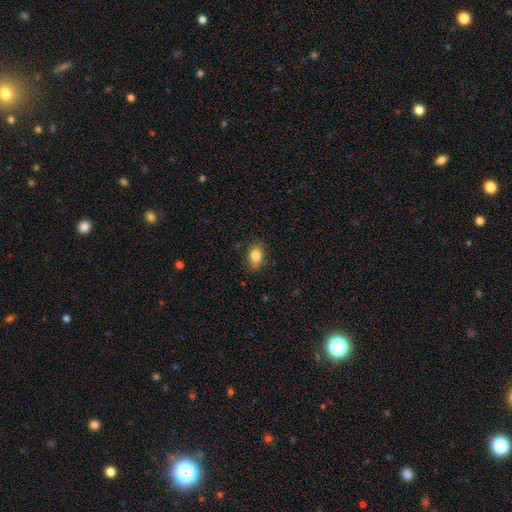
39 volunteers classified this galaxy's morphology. This appears to be a smooth galaxy with no disk features (95%) that is in between round and cigar-shaped (59%). Merging: none (97%).